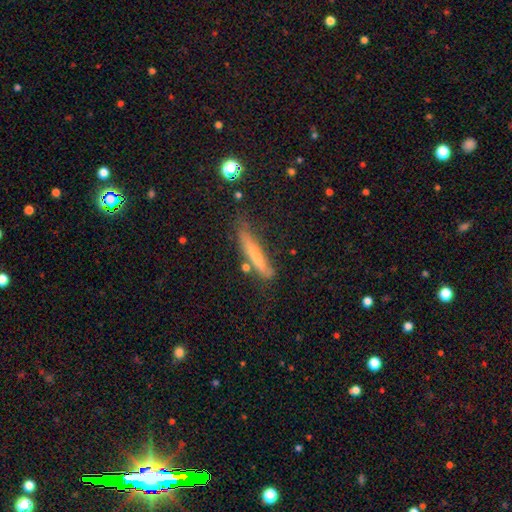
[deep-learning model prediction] This is likely a smooth galaxy (64%). How rounded: clearly cigar-shaped (90%). Merging: likely none (64%).